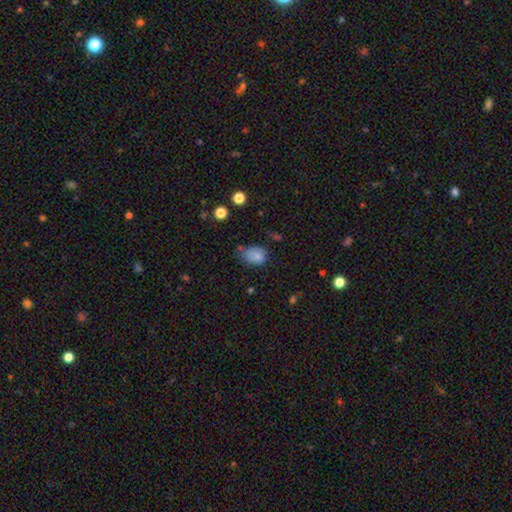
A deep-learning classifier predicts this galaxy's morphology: Smooth or featured? smooth (79%)
How rounded? in between (68%)
Merging? none (44%)